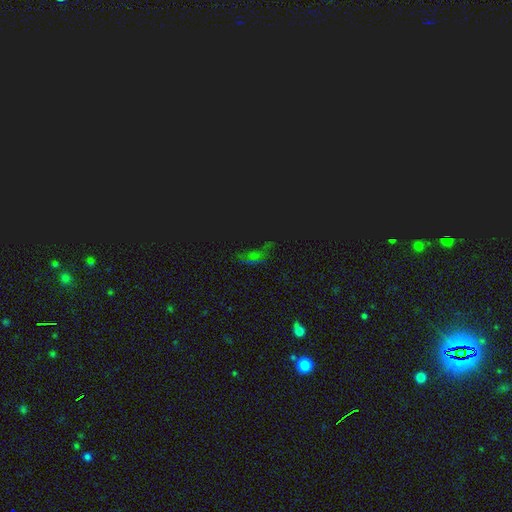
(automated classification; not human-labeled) Smooth or featured?
  - star or artifact: 63% *
  - smooth: 25%
  - featured or disk: 12%